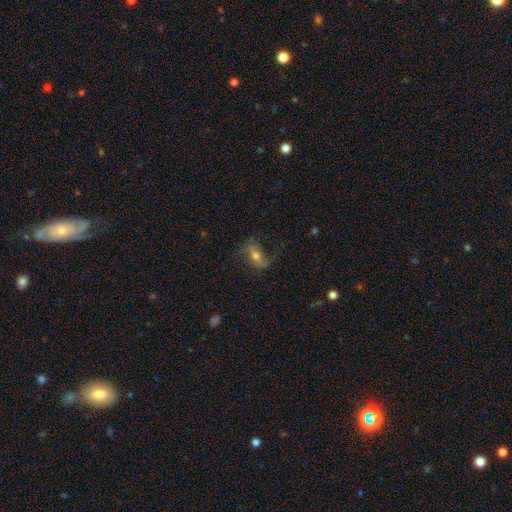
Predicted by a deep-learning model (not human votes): Smooth or featured: featured or disk — 57% (smooth — 31%)
Edge-on disk: no — 88% (yes — 12%)
Bar: no — 51% (weak — 29%)
Spiral arms: yes — 79% (no — 21%)
Bulge size: moderate — 68% (small — 18%)
Merging: none — 69% (minor disturbance — 19%)